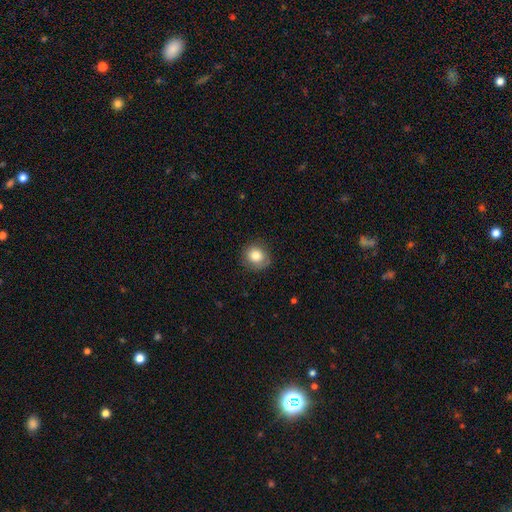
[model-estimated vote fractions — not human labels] A smooth galaxy with no disk features (81%) that is round (86%).

Vote fractions:
- Smooth or featured? smooth: 81% / featured or disk: 10% / star or artifact: 10%
- How rounded? round: 86% / in between: 13% / cigar-shaped: 1%
- Merging? none: 83% / minor disturbance: 13% / major disturbance: 3% / merger: 1%